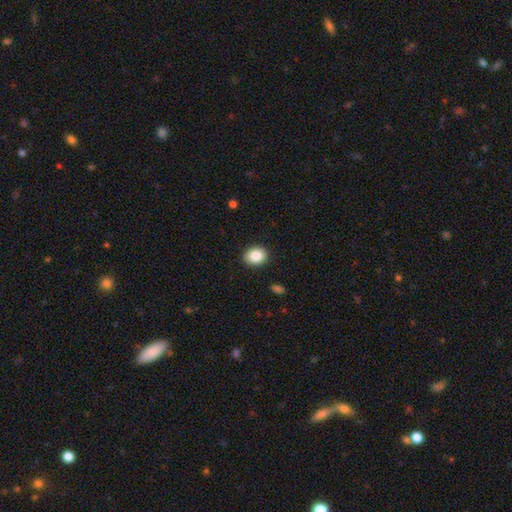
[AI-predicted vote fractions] This appears to be a smooth galaxy with no disk features (87%) that is round (50%). Merging: none (90%).